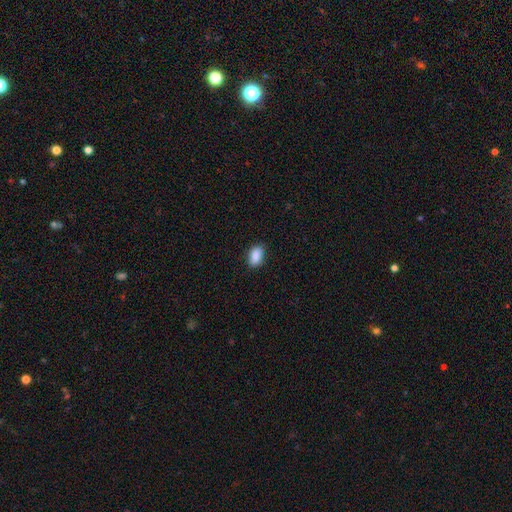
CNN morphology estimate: Smooth or featured?
  - smooth: 89% *
  - star or artifact: 7%
  - featured or disk: 3%
How rounded?
  - in between: 90% *
  - round: 7%
  - cigar-shaped: 3%
Merging?
  - none: 84% *
  - minor disturbance: 12%
  - major disturbance: 2%
  - merger: 1%